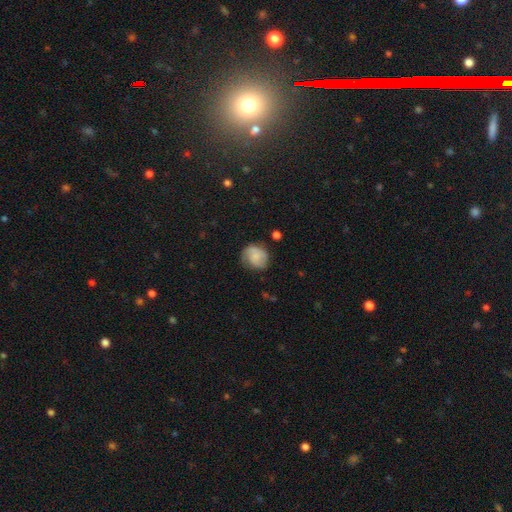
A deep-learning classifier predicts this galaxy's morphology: Overall: smooth (60%; featured or disk 32%). How rounded: round (72%). Merging: none (66%).